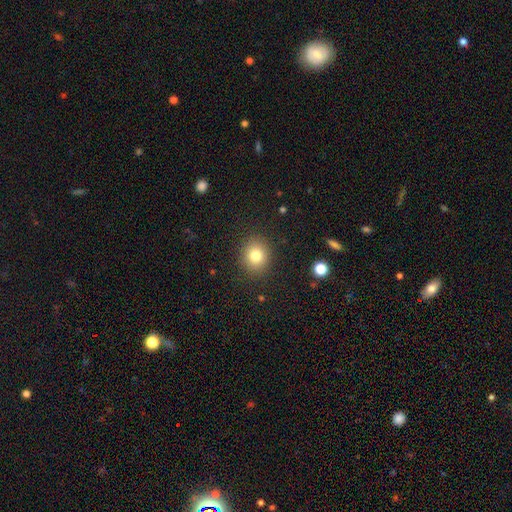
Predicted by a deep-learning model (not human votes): This is clearly a smooth galaxy (80%). How rounded: likely round (78%). Merging: clearly none (89%).